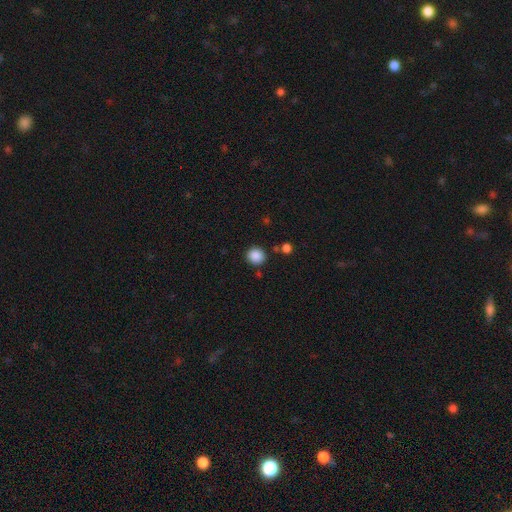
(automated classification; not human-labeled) This is clearly a smooth galaxy (87%). How rounded: clearly round (88%). Merging: clearly none (85%).